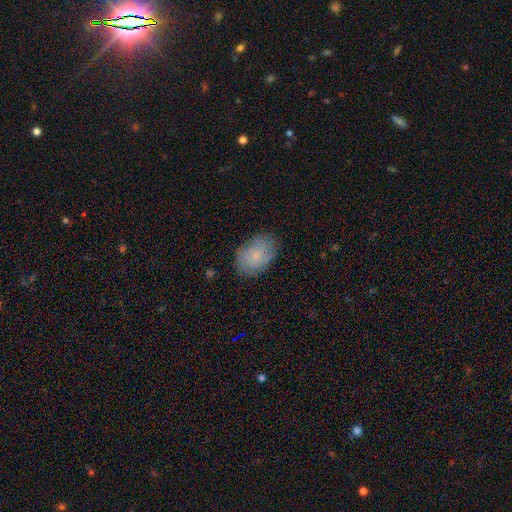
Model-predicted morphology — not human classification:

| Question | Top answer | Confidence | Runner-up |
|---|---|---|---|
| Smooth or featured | smooth | 67% | featured or disk (25%) |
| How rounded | in between | 84% | round (14%) |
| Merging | none | 78% | minor disturbance (17%) |